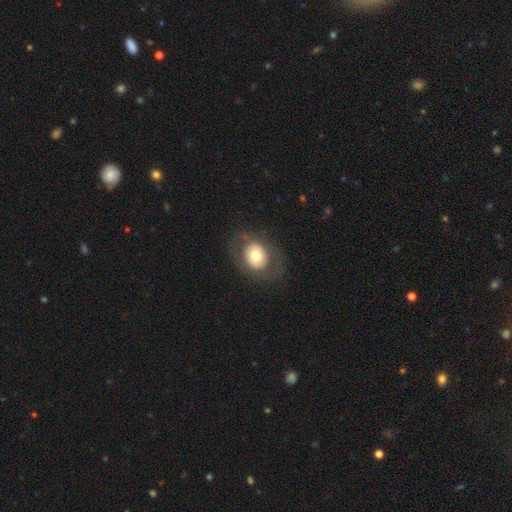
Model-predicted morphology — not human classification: Smooth or featured?
  - smooth: 59% *
  - featured or disk: 33%
  - star or artifact: 7%
How rounded?
  - round: 50% *
  - in between: 49%
  - cigar-shaped: 1%
Merging?
  - none: 77% *
  - minor disturbance: 12%
  - major disturbance: 9%
  - merger: 1%